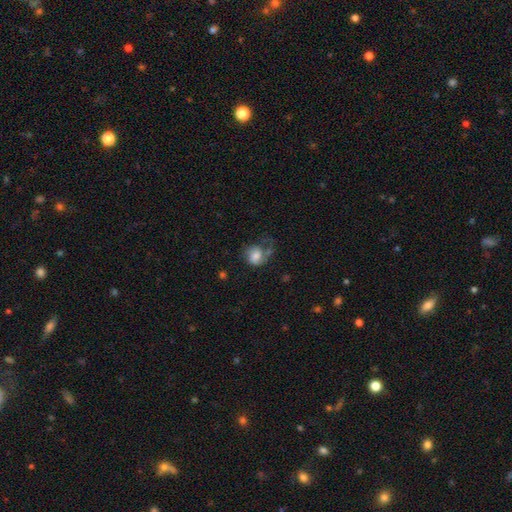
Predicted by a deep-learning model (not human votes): Overall: smooth (48%; featured or disk 43%). Merging: major disturbance (36%; none 34%).